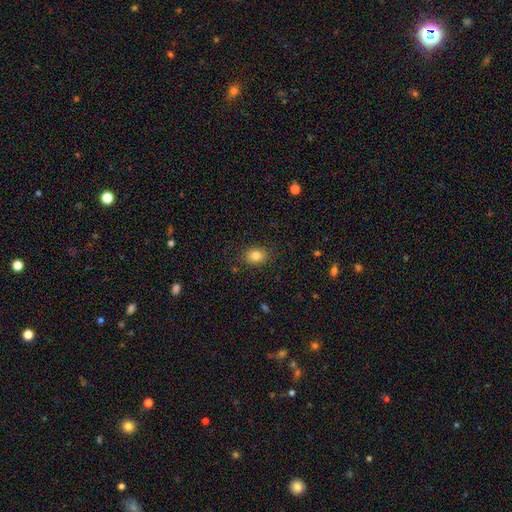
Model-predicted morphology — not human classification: Overall: smooth (83%). How rounded: in between (62%; round 37%). Merging: none (85%).